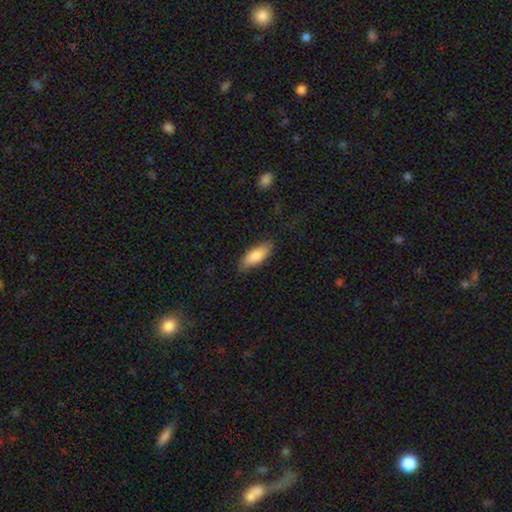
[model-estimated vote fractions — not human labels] A smooth galaxy with no disk features (83%) that is in between round and cigar-shaped (73%). Merging: none (82%).